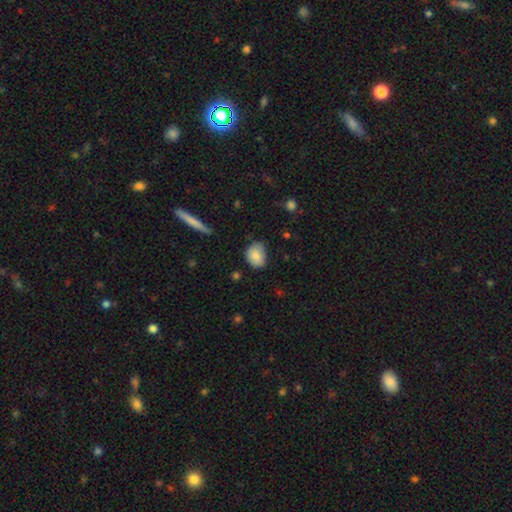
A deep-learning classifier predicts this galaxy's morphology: Smooth or featured? Predicted: smooth (p=0.83). How rounded? Predicted: in between (p=0.56). Merging? Predicted: none (p=0.65).